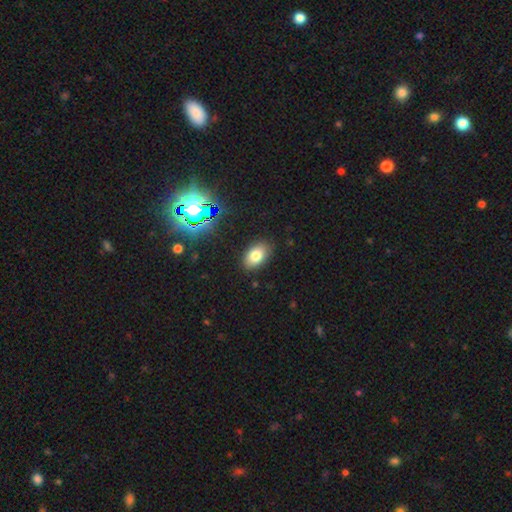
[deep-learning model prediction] Morphology: type=smooth (77%); roundness=in between (89%); merging=none (87%).